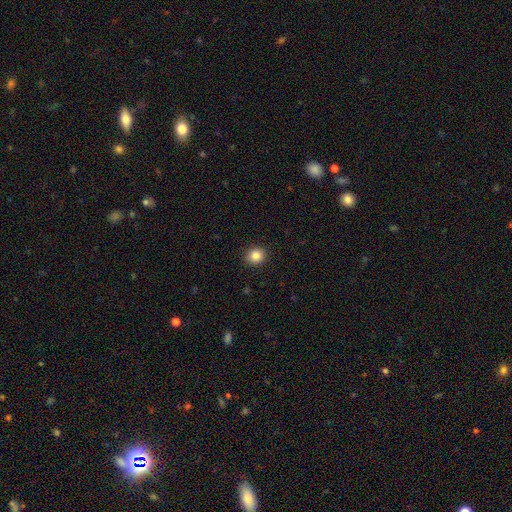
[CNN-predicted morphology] Smooth or featured? Predicted: smooth (p=0.85). How rounded? Predicted: round (p=0.77). Merging? Predicted: none (p=0.91).